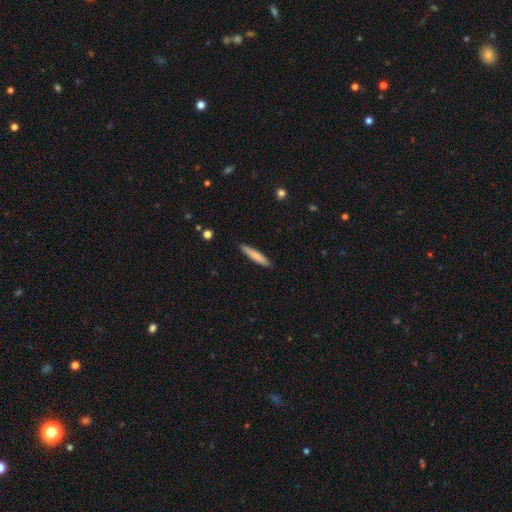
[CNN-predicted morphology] Smooth or featured: smooth — 76% (featured or disk — 18%)
How rounded: cigar-shaped — 91% (in between — 8%)
Merging: none — 90% (minor disturbance — 7%)